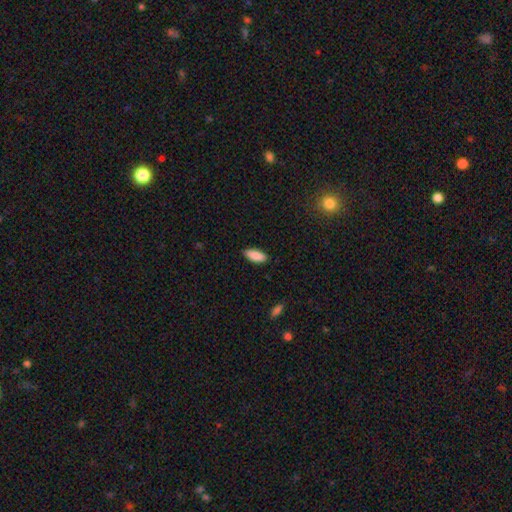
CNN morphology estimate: type=smooth (89%); roundness=in between (82%); merging=none (86%).